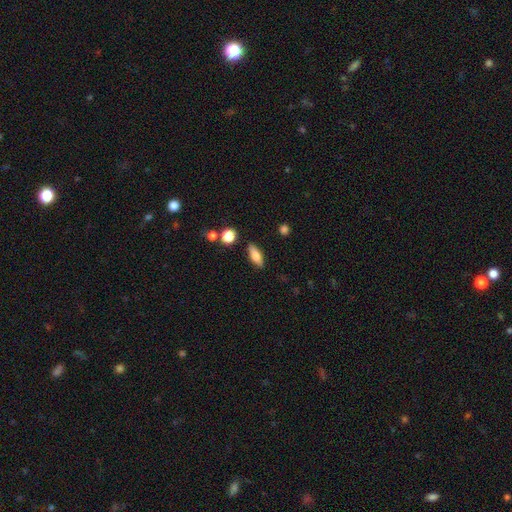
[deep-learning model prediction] Smooth or featured?
  - smooth: 72% *
  - featured or disk: 20%
  - star or artifact: 8%
How rounded?
  - in between: 68% *
  - cigar-shaped: 28%
  - round: 4%
Merging?
  - none: 86% *
  - minor disturbance: 9%
  - merger: 3%
  - major disturbance: 2%